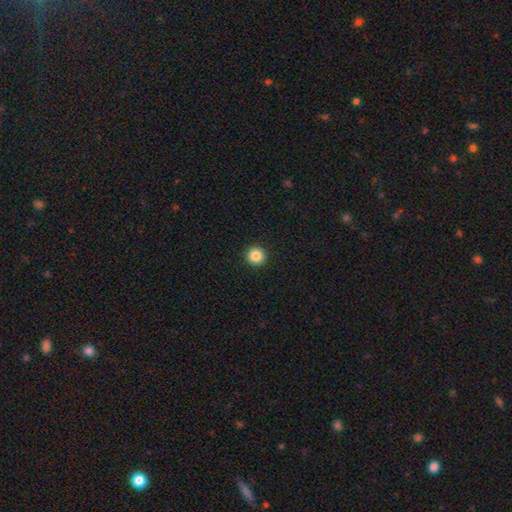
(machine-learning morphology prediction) smooth-or-featured: smooth: 86% | star or artifact: 10% | featured or disk: 4%
  how-rounded: round: 94% | in between: 5% | cigar-shaped: 1%
  merging: none: 93% | minor disturbance: 4% | major disturbance: 1% | merger: 1%